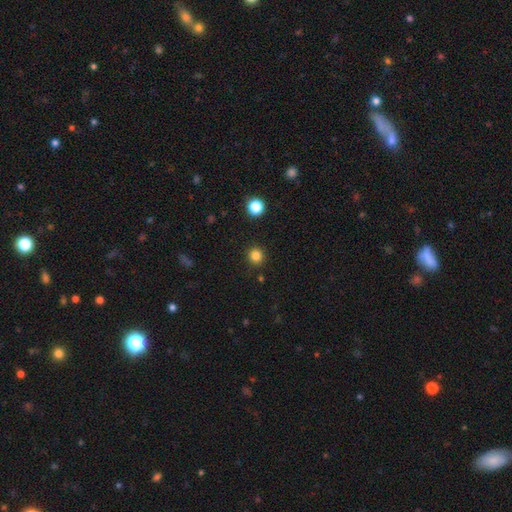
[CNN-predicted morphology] type=smooth (82%); roundness=round (92%); merging=none (91%).